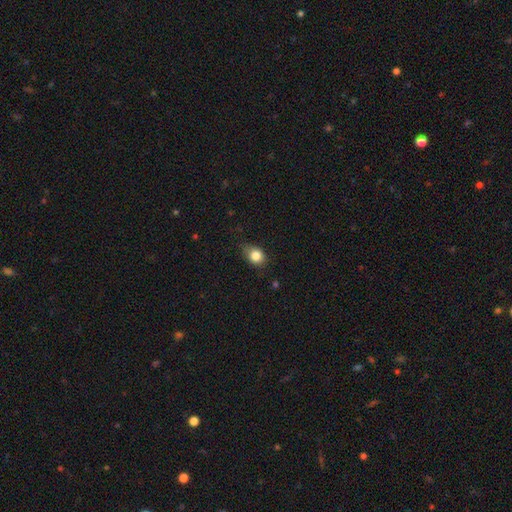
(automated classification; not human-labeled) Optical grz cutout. It shows a smooth galaxy with no disk features (83%) that is round (49%, tied with in between). Merging: none (68%).